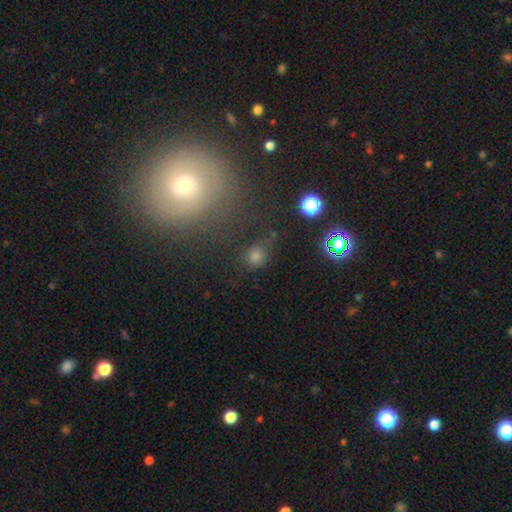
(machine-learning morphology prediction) This appears to be a smooth galaxy with no disk features (70%) that is round (76%). Merging: none (63%).